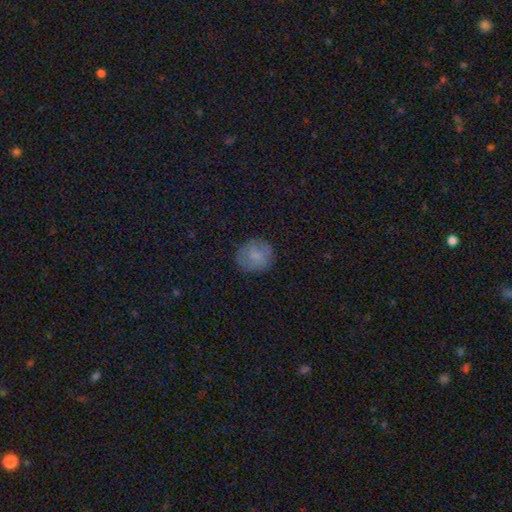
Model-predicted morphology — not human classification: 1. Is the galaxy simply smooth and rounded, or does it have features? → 76% smooth, 16% featured or disk, 9% star or artifact.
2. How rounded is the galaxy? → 83% round, 16% in between, 1% cigar-shaped.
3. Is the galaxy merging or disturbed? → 77% none, 16% minor disturbance, 6% major disturbance, 1% merger.